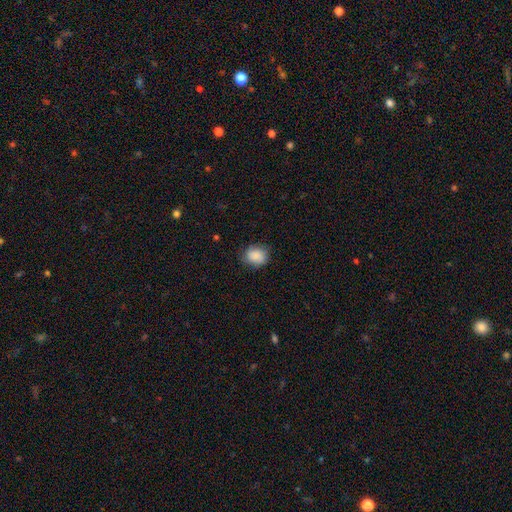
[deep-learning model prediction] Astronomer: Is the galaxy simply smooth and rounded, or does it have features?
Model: smooth — 87%.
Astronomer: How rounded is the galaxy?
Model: round — 59% (runner-up: in between, 40%).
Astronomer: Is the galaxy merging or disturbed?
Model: none — 78%.